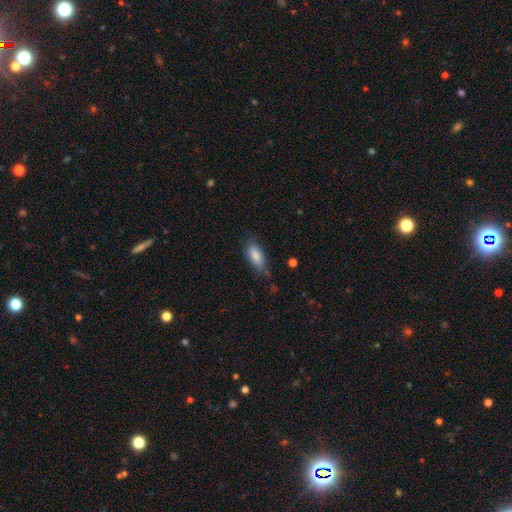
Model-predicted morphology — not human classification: smooth 84%, featured or disk 9%, star or artifact 7%. Down the decision tree: how rounded — in between (82%); merging — none (69%).